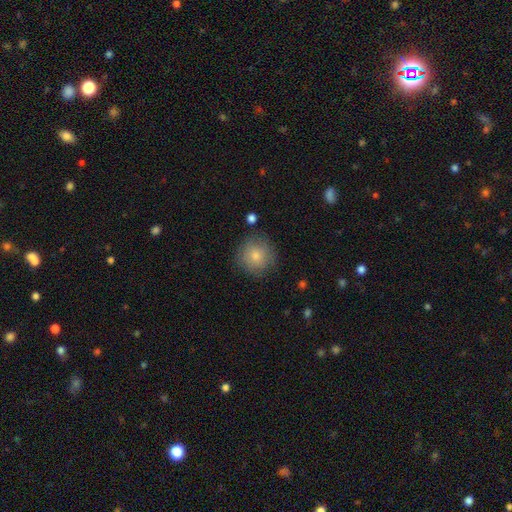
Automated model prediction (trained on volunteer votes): smooth 81%, featured or disk 11%, star or artifact 8%. Down the decision tree: how rounded — round (94%); merging — none (81%).